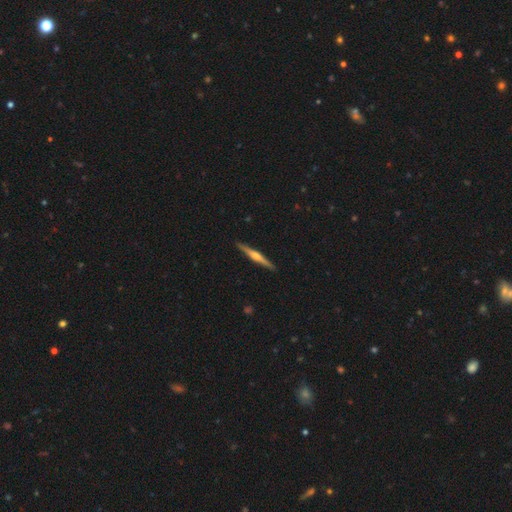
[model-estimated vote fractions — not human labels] featured or disk 75%, smooth 20%, star or artifact 5%. Down the decision tree: edge-on disk — yes (98%); edge-on bulge — rounded (83%); merging — none (92%).